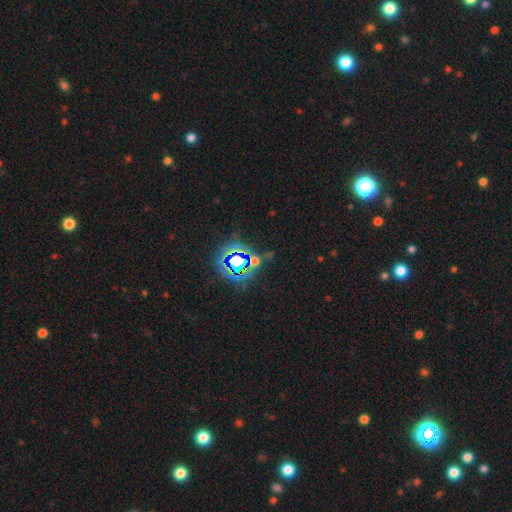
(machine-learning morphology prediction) Smooth or featured: star or artifact — 81% (smooth — 12%)